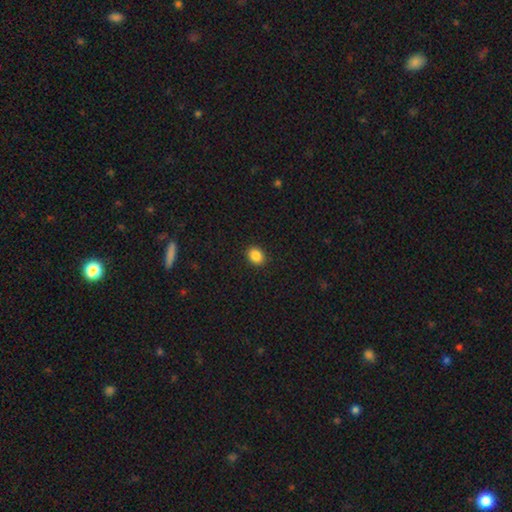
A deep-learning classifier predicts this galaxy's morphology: Overall: smooth (87%). How rounded: round (56%; in between 43%). Merging: none (91%).